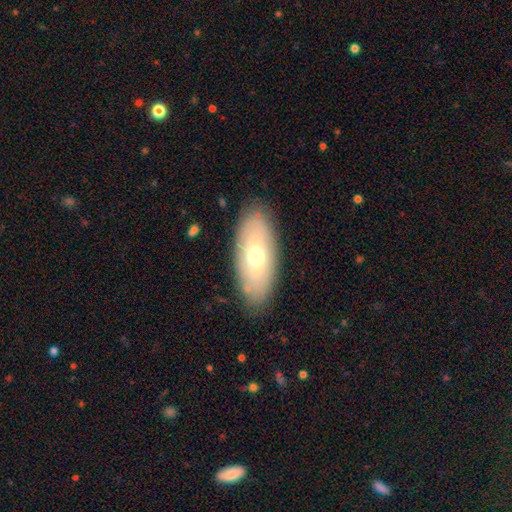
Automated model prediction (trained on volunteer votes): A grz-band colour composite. It shows a smooth galaxy with no disk features (55%) that is in between round and cigar-shaped (85%). Merging: none (85%).